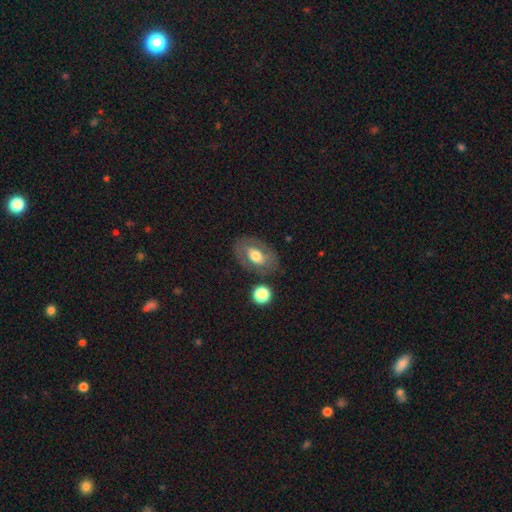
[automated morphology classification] Overall: smooth (51%; featured or disk 41%). How rounded: in between (83%). Merging: none (76%).